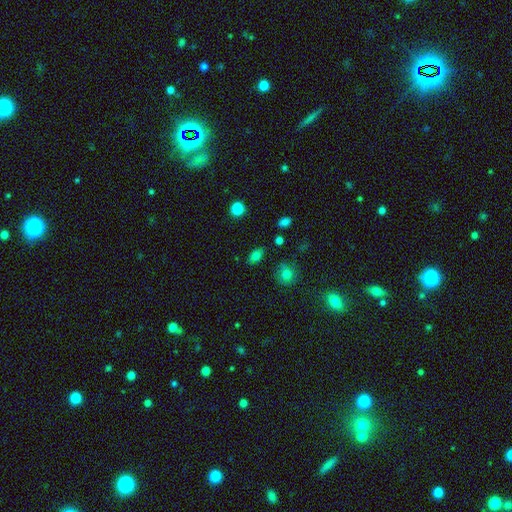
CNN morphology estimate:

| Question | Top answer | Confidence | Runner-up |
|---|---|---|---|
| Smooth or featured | smooth | 80% | star or artifact (12%) |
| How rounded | in between | 84% | round (10%) |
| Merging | none | 83% | minor disturbance (11%) |